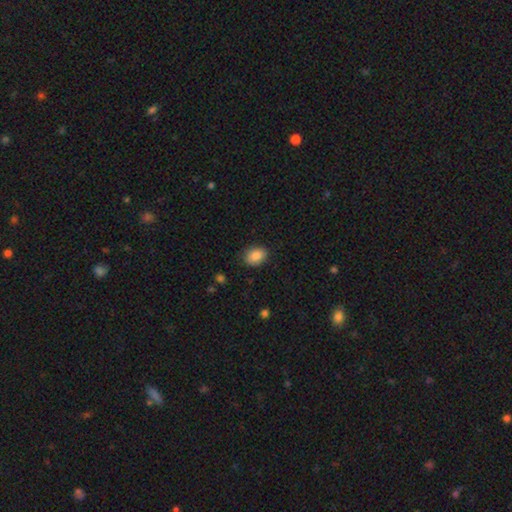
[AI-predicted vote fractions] Q: Smooth or featured?
A: smooth (87%); runner-up: star or artifact (8%)
Q: How rounded?
A: in between (72%); runner-up: round (27%)
Q: Merging?
A: none (80%); runner-up: minor disturbance (16%)